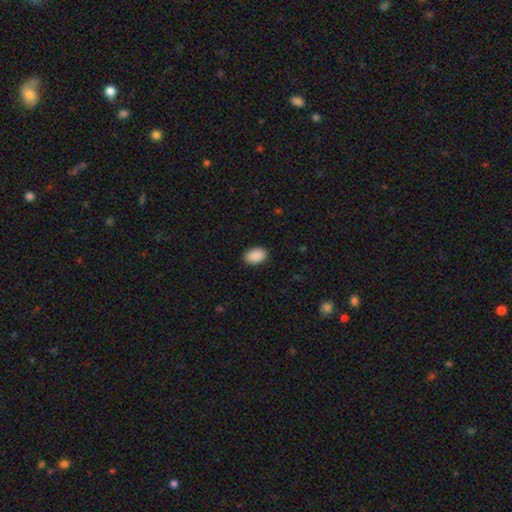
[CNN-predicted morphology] Smooth or featured? smooth (91%)
How rounded? in between (90%)
Merging? none (89%)